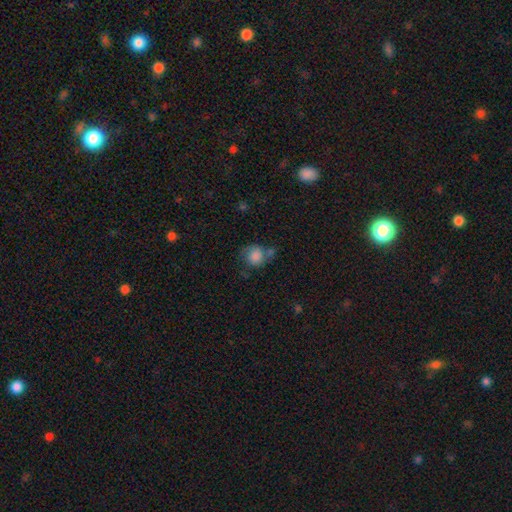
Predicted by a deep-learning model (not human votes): The model was most divided on "merging": none: 44%, minor disturbance: 24%, merger: 19%, major disturbance: 13%. More confident: how rounded — round (80%); smooth or featured — smooth (79%).